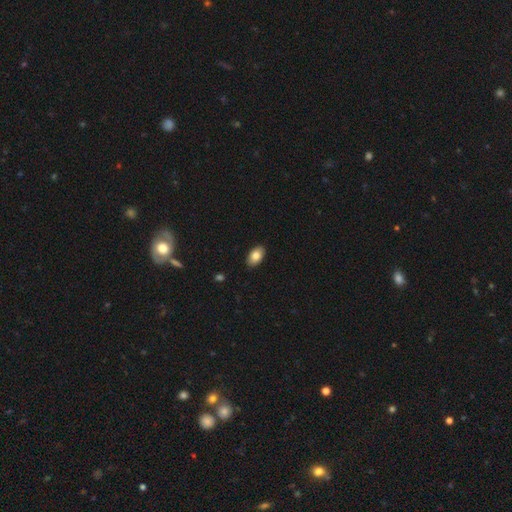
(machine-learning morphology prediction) smooth-or-featured: smooth: 83% | featured or disk: 10% | star or artifact: 7%
  how-rounded: in between: 93% | round: 5% | cigar-shaped: 2%
  merging: none: 89% | minor disturbance: 8% | major disturbance: 2% | merger: 1%